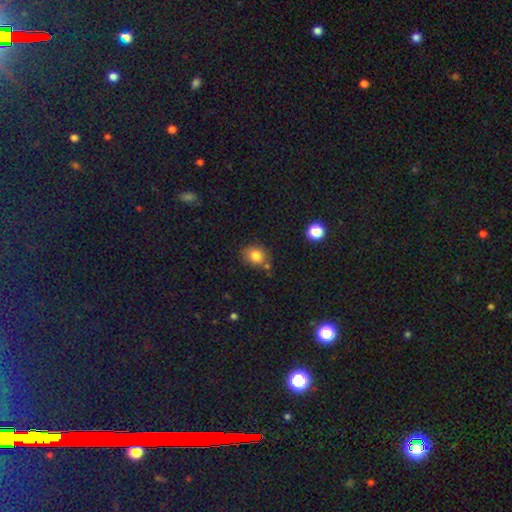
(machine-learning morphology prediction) Smooth or featured: smooth — 81% (star or artifact — 11%)
How rounded: round — 61% (in between — 38%)
Merging: none — 71% (minor disturbance — 16%)